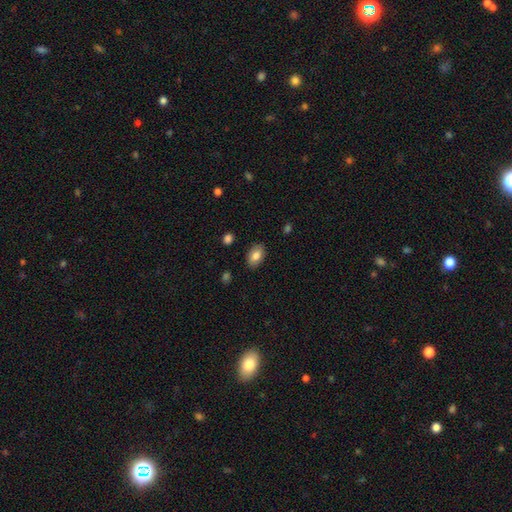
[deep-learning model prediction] A smooth galaxy with no disk features (83%) that is in between round and cigar-shaped (90%).

Vote fractions:
- Smooth or featured? smooth: 83% / featured or disk: 10% / star or artifact: 7%
- How rounded? in between: 90% / round: 8% / cigar-shaped: 1%
- Merging? none: 87% / minor disturbance: 10% / major disturbance: 2% / merger: 1%